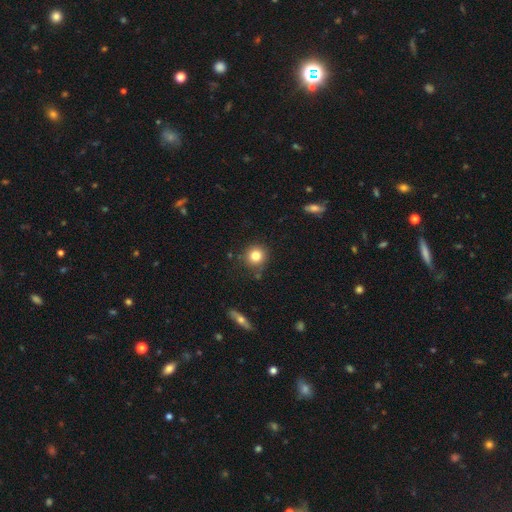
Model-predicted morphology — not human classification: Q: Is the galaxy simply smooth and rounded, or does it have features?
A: smooth — 81%.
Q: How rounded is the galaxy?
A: round — 92%.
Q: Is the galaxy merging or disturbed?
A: none — 82%.